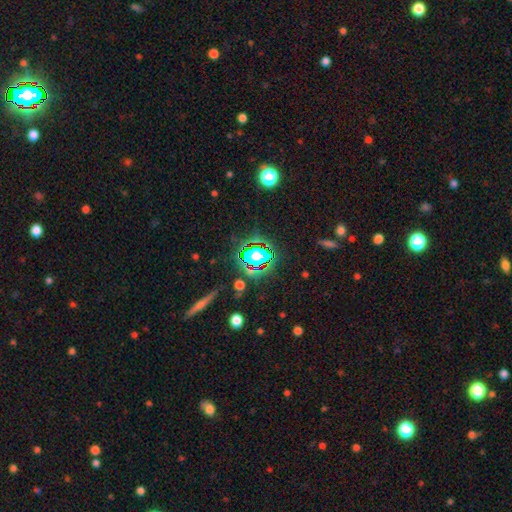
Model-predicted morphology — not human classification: star or artifact 60%, smooth 27%, featured or disk 13%.